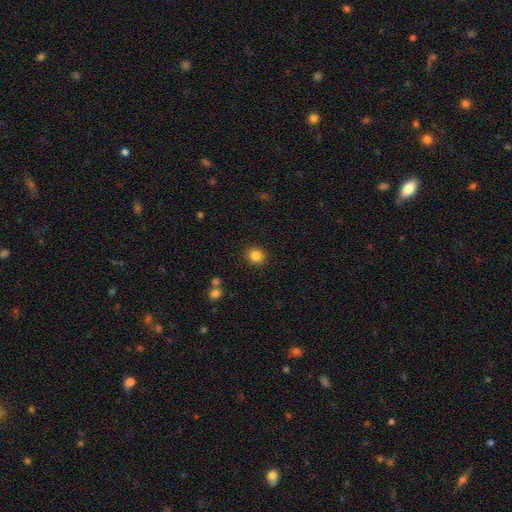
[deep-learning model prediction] Q: Smooth or featured?
A: smooth (84%); runner-up: star or artifact (11%)
Q: How rounded?
A: round (85%); runner-up: in between (14%)
Q: Merging?
A: none (90%); runner-up: minor disturbance (7%)